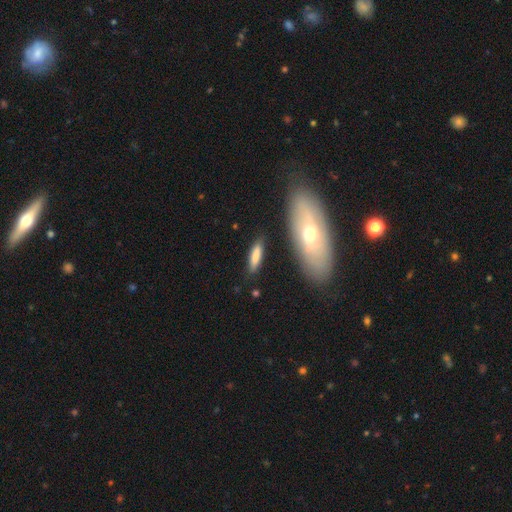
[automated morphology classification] smooth-or-featured: smooth: 78% | featured or disk: 15% | star or artifact: 6%
  how-rounded: cigar-shaped: 63% | in between: 34% | round: 2%
  merging: none: 81% | minor disturbance: 12% | merger: 4% | major disturbance: 3%